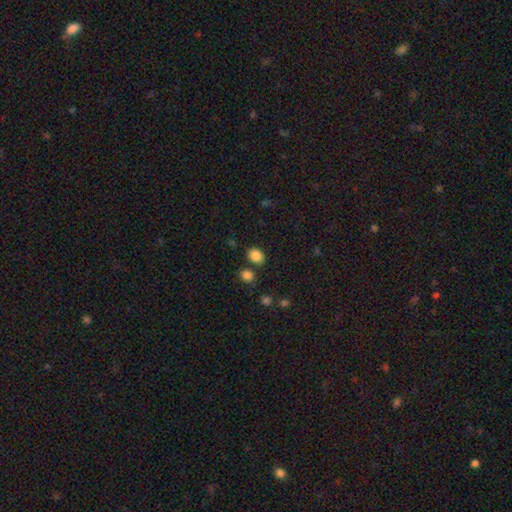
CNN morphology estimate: smooth-or-featured: smooth: 86% | star or artifact: 10% | featured or disk: 4%
  how-rounded: in between: 56% | round: 43% | cigar-shaped: 1%
  merging: none: 78% | minor disturbance: 10% | merger: 9% | major disturbance: 3%